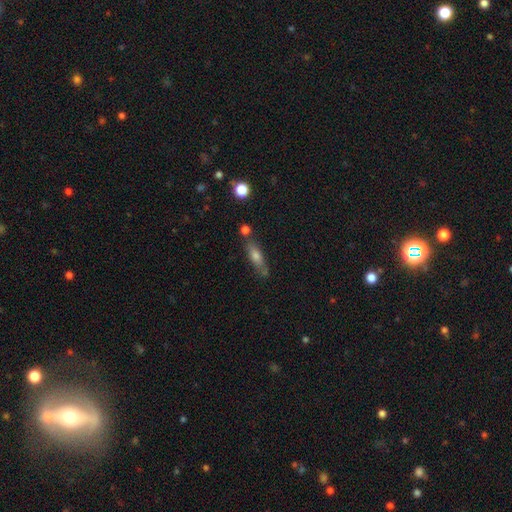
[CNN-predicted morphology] type=smooth (59%); roundness=cigar-shaped (59%); merging=none (68%).